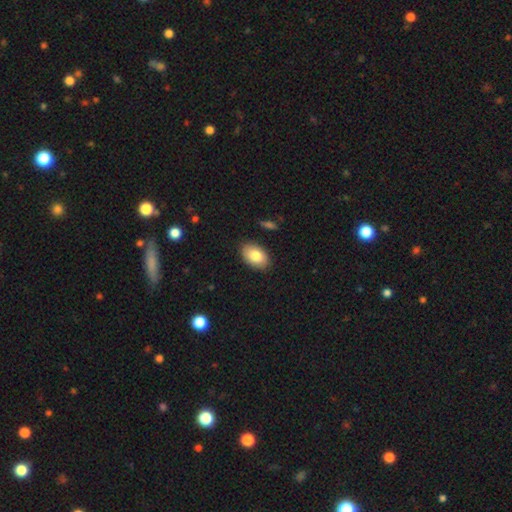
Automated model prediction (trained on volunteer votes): A smooth galaxy with no disk features (82%) that is in between round and cigar-shaped (91%). Merging: none (88%).